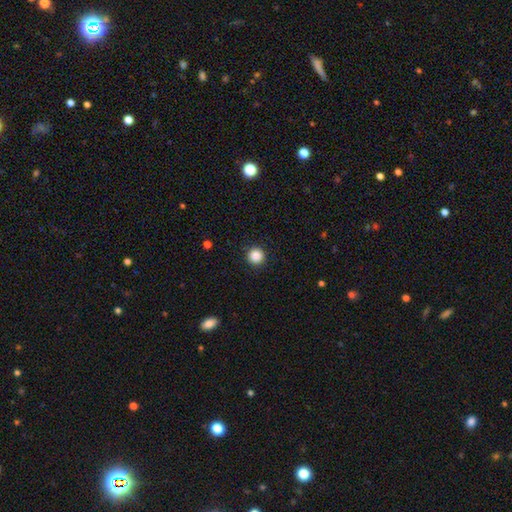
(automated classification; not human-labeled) Smooth or featured? smooth (88%)
How rounded? round (96%)
Merging? none (92%)